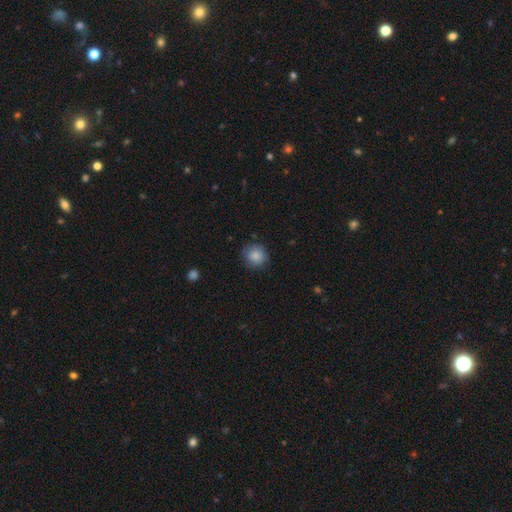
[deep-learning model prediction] The model was most divided on "merging": none: 81%, minor disturbance: 14%, major disturbance: 3%, merger: 1%. More confident: how rounded — round (90%); smooth or featured — smooth (85%).